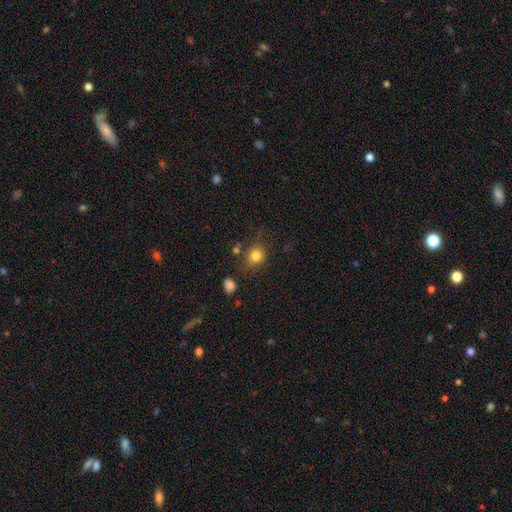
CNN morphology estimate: A smooth galaxy with no disk features (82%) that is round (78%).

Vote fractions:
- Smooth or featured? smooth: 82% / star or artifact: 12% / featured or disk: 7%
- How rounded? round: 78% / in between: 21% / cigar-shaped: 1%
- Merging? none: 70% / minor disturbance: 17% / major disturbance: 6% / merger: 6%